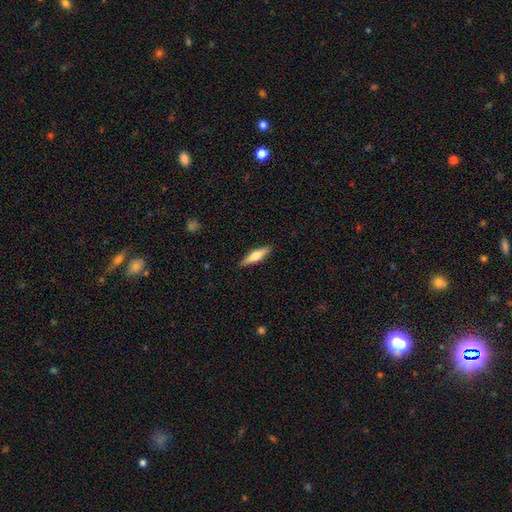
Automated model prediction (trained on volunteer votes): A smooth galaxy with no disk features (52%) that is cigar-shaped (69%).

Vote fractions:
- Smooth or featured? smooth: 52% / featured or disk: 43% / star or artifact: 6%
- How rounded? cigar-shaped: 69% / in between: 29% / round: 2%
- Merging? none: 90% / minor disturbance: 8% / major disturbance: 2% / merger: 1%